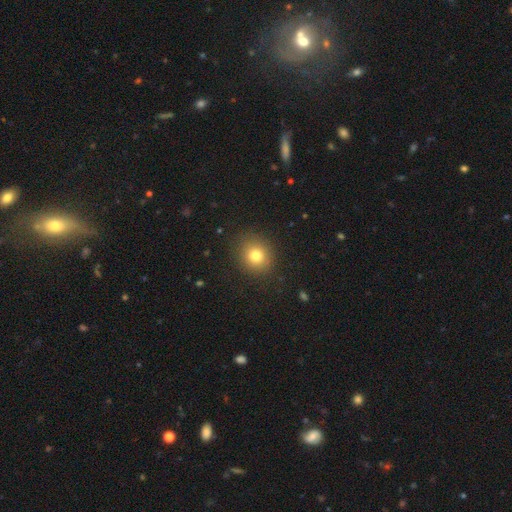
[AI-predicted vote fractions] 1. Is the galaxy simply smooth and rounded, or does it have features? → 77% smooth, 13% star or artifact, 9% featured or disk.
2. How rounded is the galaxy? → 79% round, 20% in between, 1% cigar-shaped.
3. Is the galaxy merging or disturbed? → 87% none, 8% minor disturbance, 3% major disturbance, 1% merger.